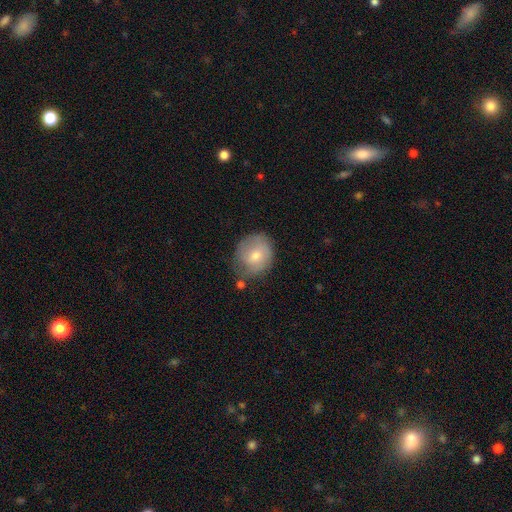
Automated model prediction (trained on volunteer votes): A smooth galaxy with no disk features (63%) that is round (70%).

Vote fractions:
- Smooth or featured? smooth: 63% / featured or disk: 29% / star or artifact: 8%
- How rounded? round: 70% / in between: 29% / cigar-shaped: 1%
- Merging? none: 65% / minor disturbance: 24% / major disturbance: 6% / merger: 5%